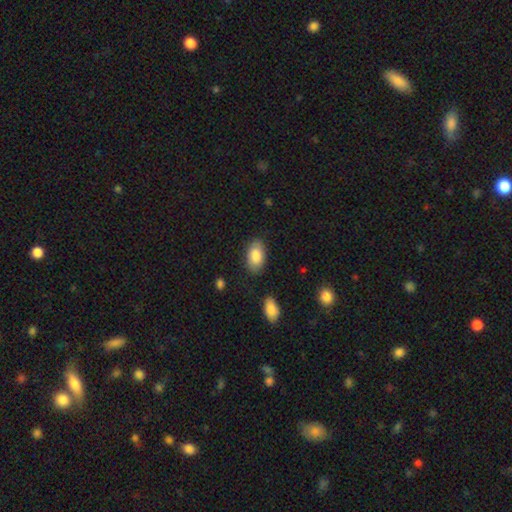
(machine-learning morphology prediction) smooth 85%, featured or disk 8%, star or artifact 6%. Down the decision tree: how rounded — in between (93%); merging — none (84%).